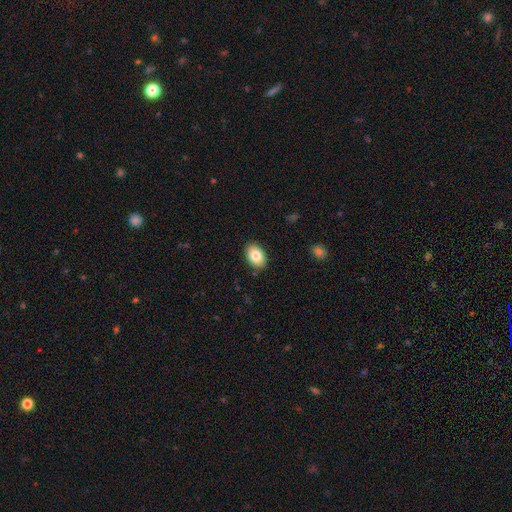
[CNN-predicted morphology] Smooth or featured? Predicted: smooth (p=0.84). How rounded? Predicted: in between (p=0.87). Merging? Predicted: none (p=0.88).